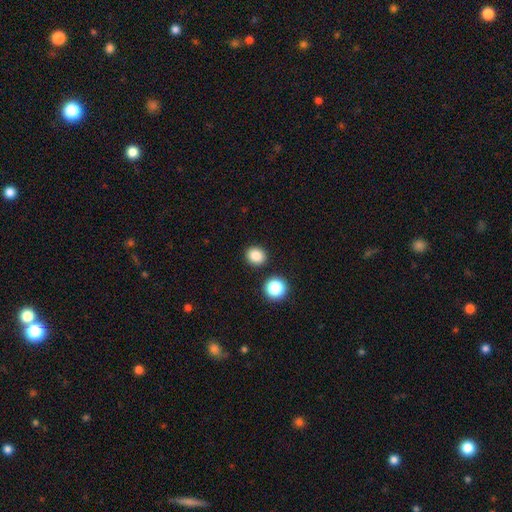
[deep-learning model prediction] This appears to be a smooth galaxy with no disk features (84%) that is round (77%). Merging: none (88%).